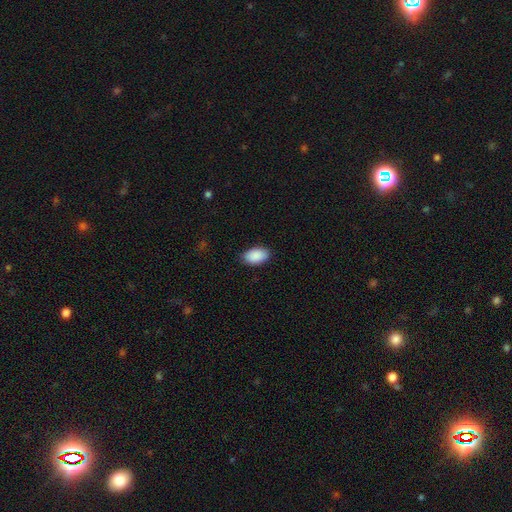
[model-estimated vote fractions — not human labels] This is clearly a smooth galaxy (91%). How rounded: clearly in between (95%). Merging: clearly none (88%).